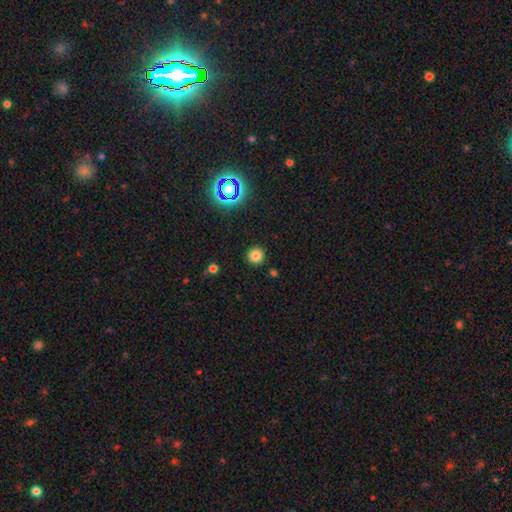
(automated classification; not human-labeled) Smooth or featured? smooth (79%)
How rounded? round (94%)
Merging? none (91%)